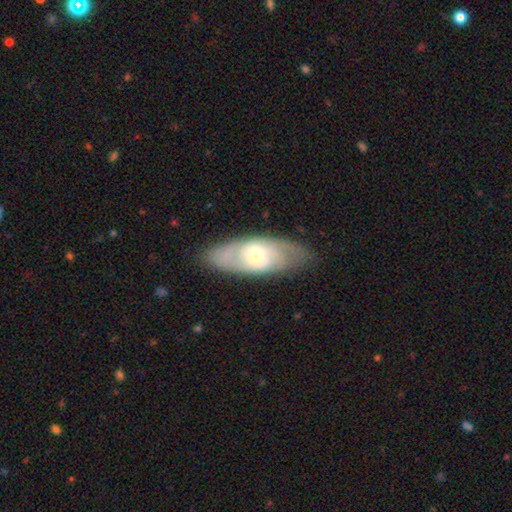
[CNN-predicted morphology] smooth-or-featured: featured or disk: 59% | smooth: 35% | star or artifact: 6%
  disk-edge-on: no: 85% | yes: 15%
  merging: none: 81% | minor disturbance: 13% | major disturbance: 4% | merger: 1%